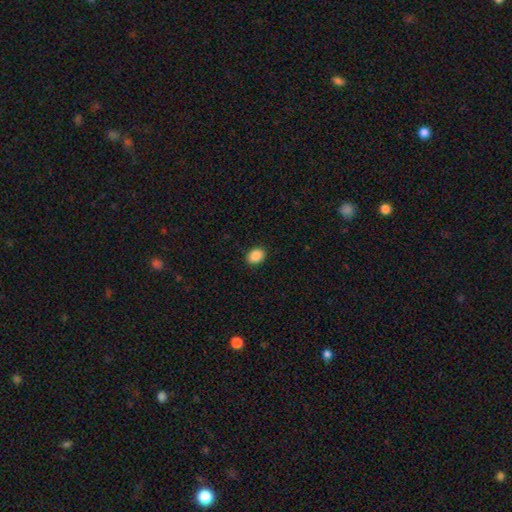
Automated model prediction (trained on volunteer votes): Morphology: type=smooth (89%); roundness=in between (69%); merging=none (90%).